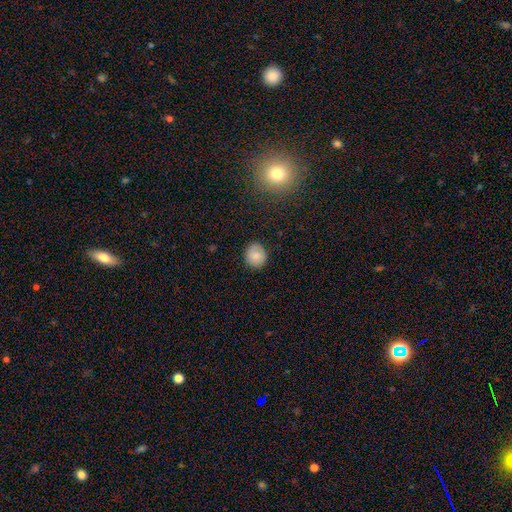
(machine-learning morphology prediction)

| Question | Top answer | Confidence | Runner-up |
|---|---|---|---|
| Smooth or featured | smooth | 81% | featured or disk (10%) |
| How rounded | round | 85% | in between (14%) |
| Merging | none | 86% | minor disturbance (10%) |